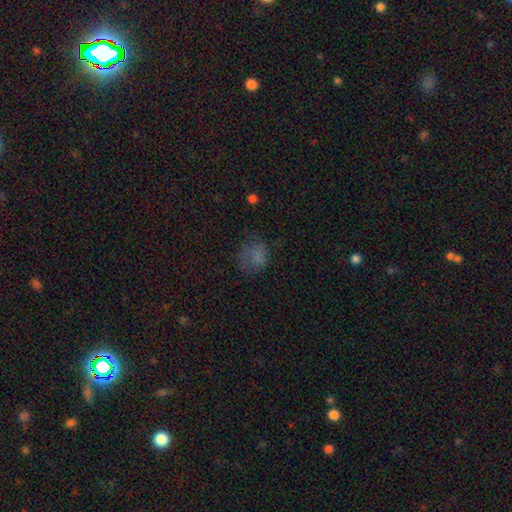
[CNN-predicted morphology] Overall: smooth (69%). How rounded: round (62%; in between 36%). Merging: none (52%; minor disturbance 26%).